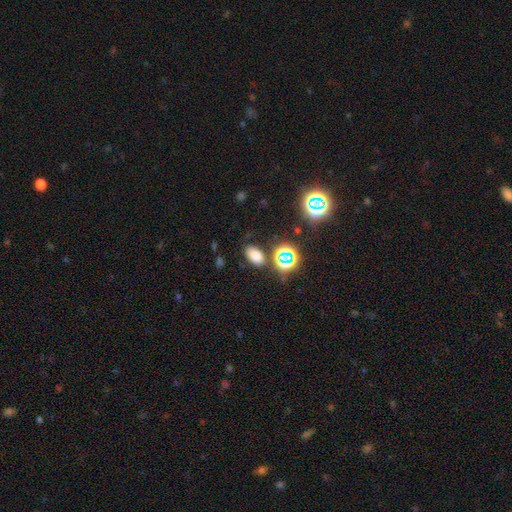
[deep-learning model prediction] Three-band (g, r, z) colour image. It shows a smooth galaxy with no disk features (73%) that is in between round and cigar-shaped (86%). Merging: none (81%).